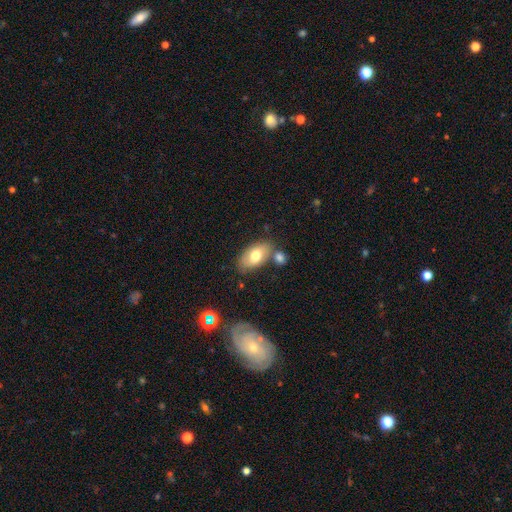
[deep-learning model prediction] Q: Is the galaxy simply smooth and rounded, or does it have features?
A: smooth — 72%.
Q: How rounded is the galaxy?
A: in between — 93%.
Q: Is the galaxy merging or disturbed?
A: none — 66%.